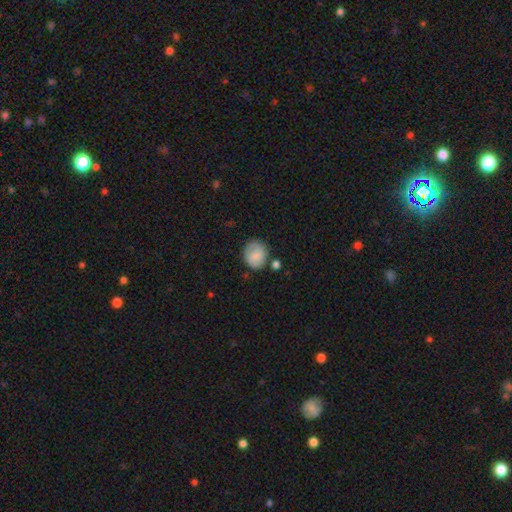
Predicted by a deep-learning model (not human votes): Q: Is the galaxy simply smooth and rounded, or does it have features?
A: smooth — 78%.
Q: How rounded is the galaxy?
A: round — 70%.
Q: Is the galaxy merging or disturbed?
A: none — 69%.